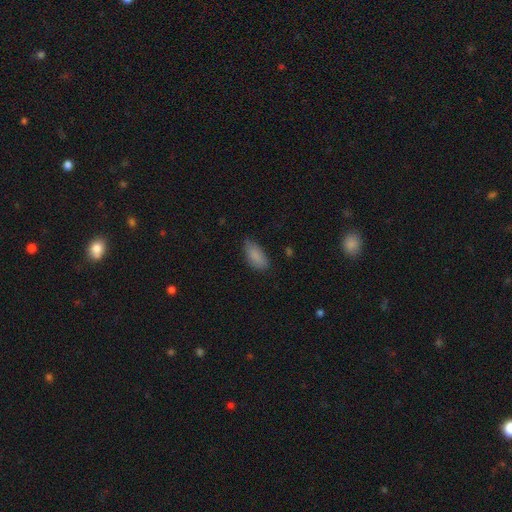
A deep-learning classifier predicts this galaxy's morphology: Overall: smooth (87%). How rounded: in between (88%). Merging: none (71%).